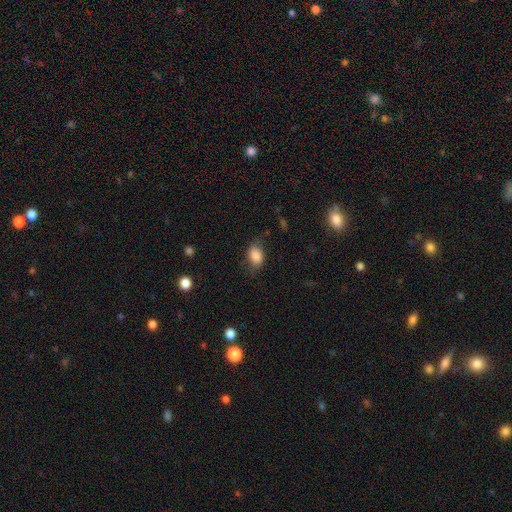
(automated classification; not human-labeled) A smooth galaxy with no disk features (84%) that is in between round and cigar-shaped (81%). Merging: none (66%).